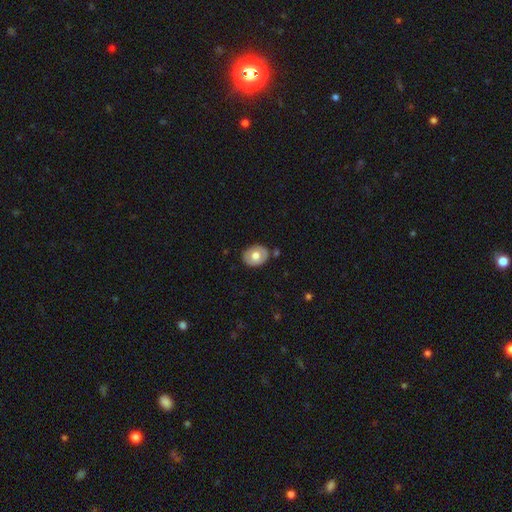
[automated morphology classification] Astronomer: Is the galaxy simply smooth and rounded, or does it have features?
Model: smooth — 62%.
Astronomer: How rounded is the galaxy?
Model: in between — 61% (runner-up: round, 38%).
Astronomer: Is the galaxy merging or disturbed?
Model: none — 80%.